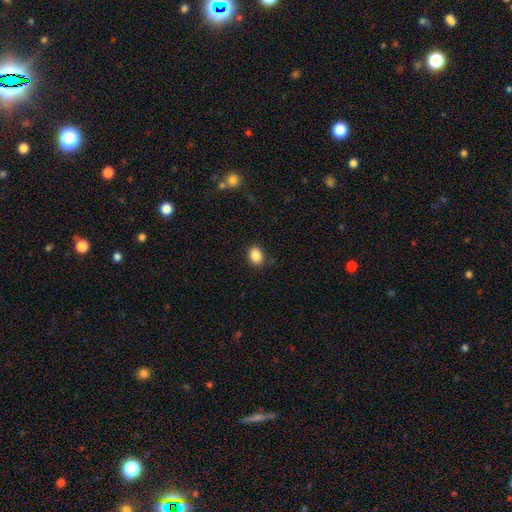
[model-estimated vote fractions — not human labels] Smooth or featured: smooth — 87% (star or artifact — 9%)
How rounded: in between — 68% (round — 31%)
Merging: none — 84% (minor disturbance — 11%)